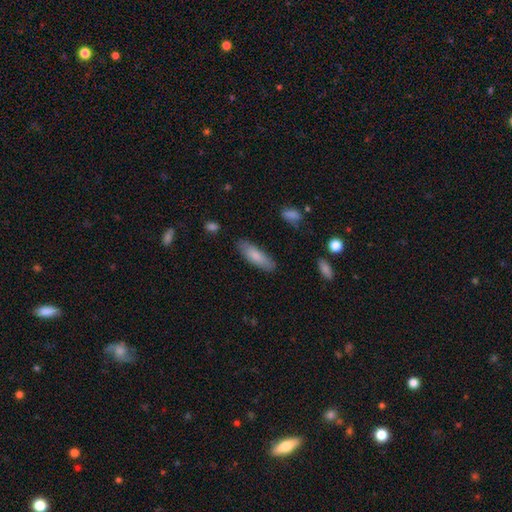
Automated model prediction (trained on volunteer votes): smooth-or-featured: smooth: 79% | featured or disk: 15% | star or artifact: 6%
  how-rounded: in between: 53% | cigar-shaped: 46% | round: 2%
  merging: none: 82% | minor disturbance: 13% | major disturbance: 3% | merger: 2%